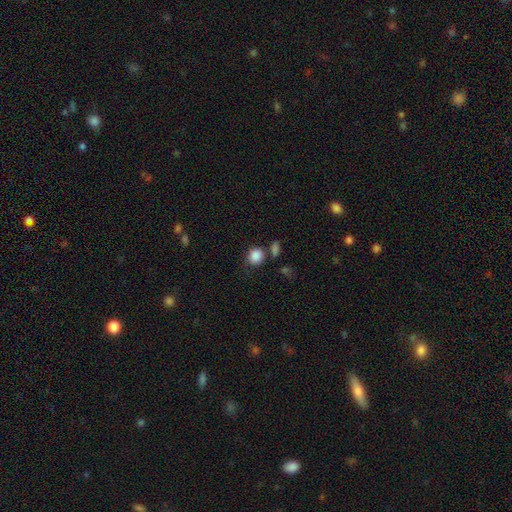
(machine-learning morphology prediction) smooth-or-featured: smooth: 86% | star or artifact: 9% | featured or disk: 4%
  how-rounded: round: 82% | in between: 17% | cigar-shaped: 1%
  merging: none: 66% | minor disturbance: 16% | merger: 12% | major disturbance: 6%